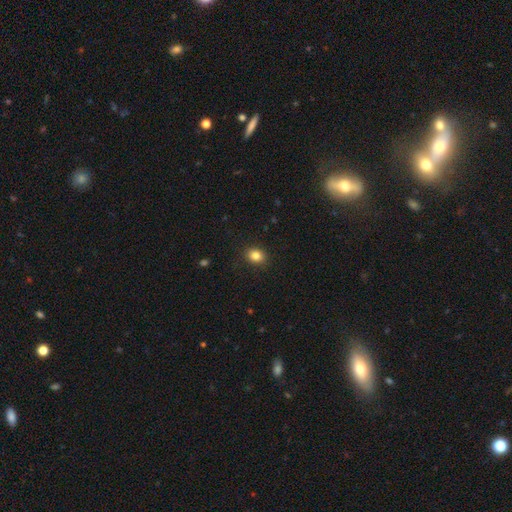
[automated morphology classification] Smooth or featured?
  - smooth: 84% *
  - star or artifact: 11%
  - featured or disk: 5%
How rounded?
  - round: 57% *
  - in between: 42%
  - cigar-shaped: 1%
Merging?
  - none: 89% *
  - minor disturbance: 8%
  - major disturbance: 2%
  - merger: 1%